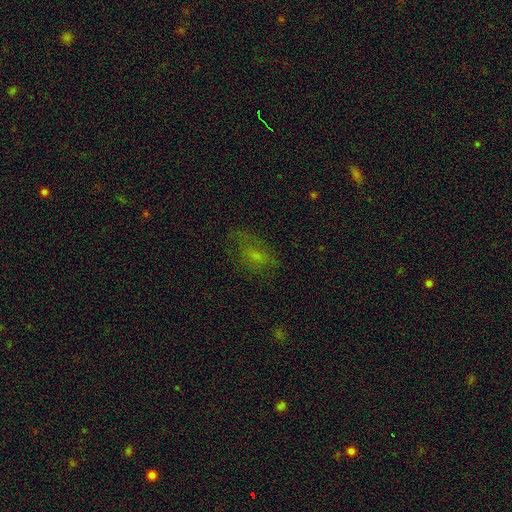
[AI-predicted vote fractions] This appears to be a smooth galaxy with no disk features (54%) that is in between round and cigar-shaped (82%). Merging: none (54%).